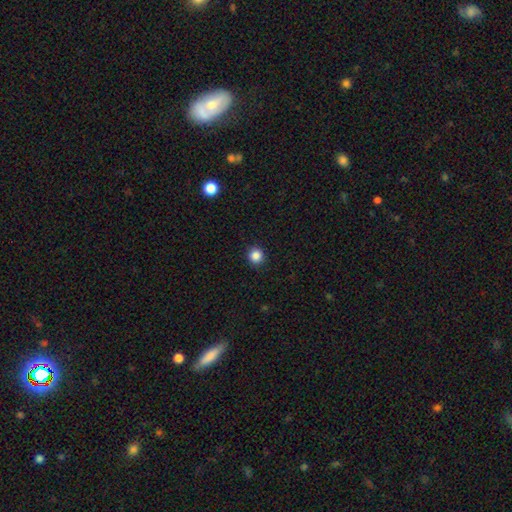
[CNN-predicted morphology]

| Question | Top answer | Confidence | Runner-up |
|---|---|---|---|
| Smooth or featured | smooth | 86% | star or artifact (11%) |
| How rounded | round | 93% | in between (6%) |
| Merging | none | 92% | minor disturbance (5%) |